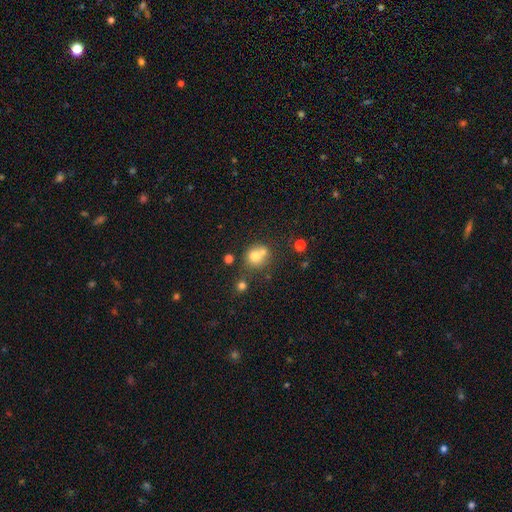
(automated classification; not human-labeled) Smooth or featured?
  - smooth: 72% *
  - featured or disk: 15%
  - star or artifact: 13%
How rounded?
  - round: 78% *
  - in between: 21%
  - cigar-shaped: 1%
Merging?
  - merger: 45% *
  - none: 40%
  - minor disturbance: 10%
  - major disturbance: 5%